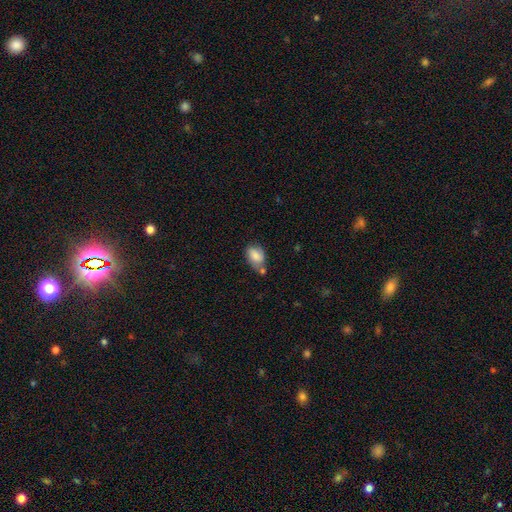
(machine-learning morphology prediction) This appears to be a smooth galaxy with no disk features (76%) that is in between round and cigar-shaped (81%). Merging: none (47%).